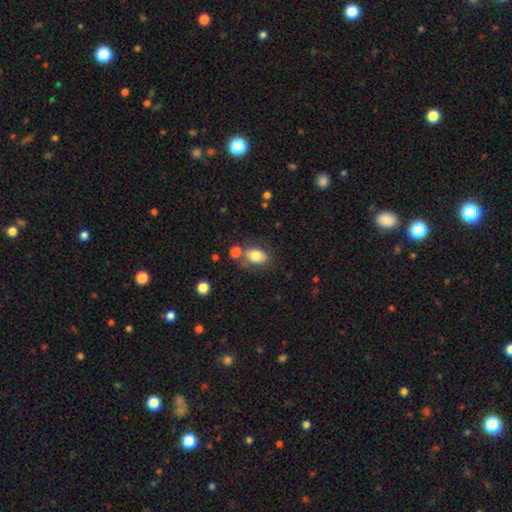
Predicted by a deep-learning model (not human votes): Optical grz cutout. It shows a smooth galaxy with no disk features (78%) that is in between round and cigar-shaped (77%). Merging: none (58%).